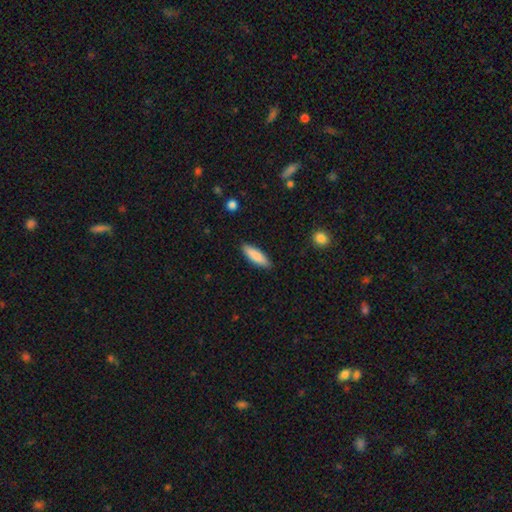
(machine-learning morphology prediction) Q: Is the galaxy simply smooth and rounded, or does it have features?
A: smooth — 85%.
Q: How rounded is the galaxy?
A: cigar-shaped — 54%.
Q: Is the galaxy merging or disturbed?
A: none — 87%.